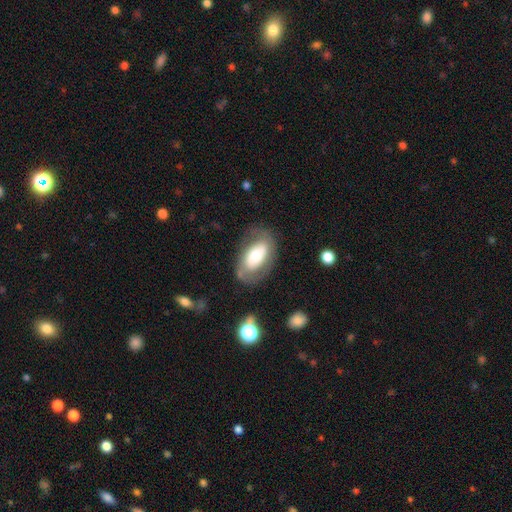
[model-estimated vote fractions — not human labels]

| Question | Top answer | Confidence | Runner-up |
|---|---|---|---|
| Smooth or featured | featured or disk | 49% | smooth (45%) |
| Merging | none | 71% | minor disturbance (18%) |